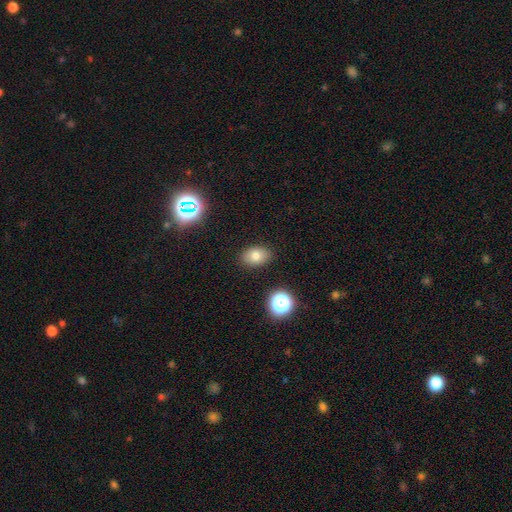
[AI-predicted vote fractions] smooth-or-featured: smooth: 77% | star or artifact: 12% | featured or disk: 11%
  how-rounded: in between: 78% | round: 21% | cigar-shaped: 1%
  merging: none: 87% | minor disturbance: 9% | major disturbance: 2% | merger: 2%